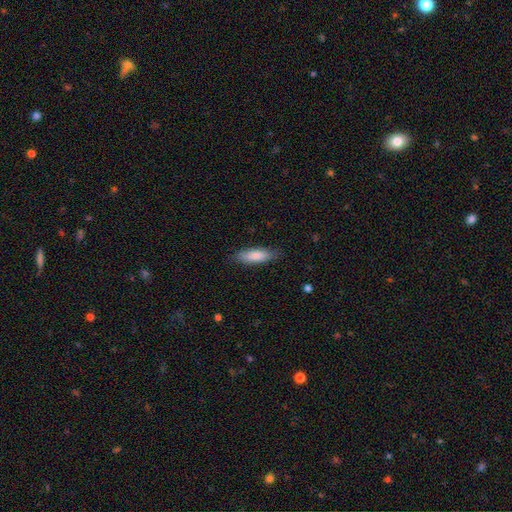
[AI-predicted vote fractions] A smooth galaxy with no disk features (84%) that is in between round and cigar-shaped (56%). Merging: none (82%).